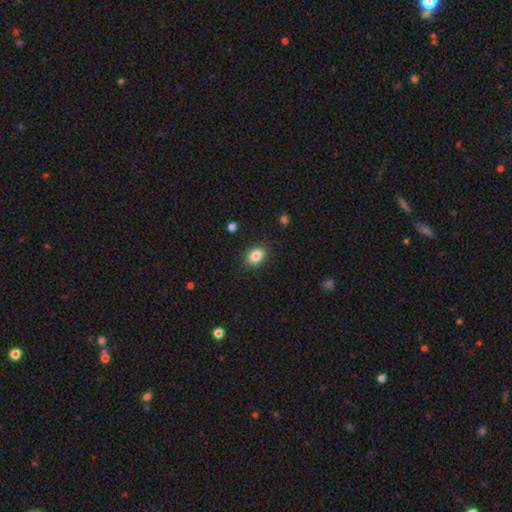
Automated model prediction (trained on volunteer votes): Morphology: type=smooth (86%); roundness=in between (70%); merging=none (88%).